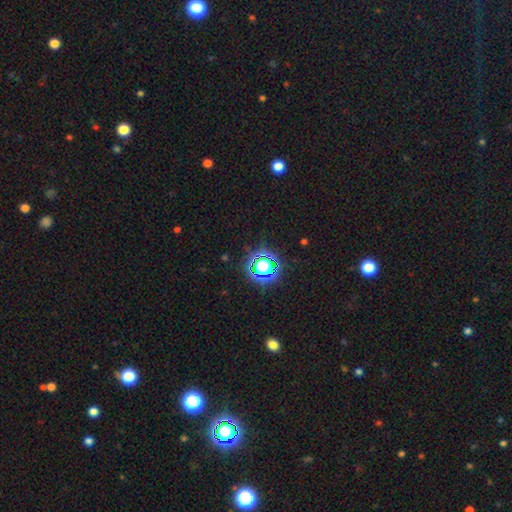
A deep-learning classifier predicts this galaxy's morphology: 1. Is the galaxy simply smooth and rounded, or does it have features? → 81% star or artifact, 12% smooth, 7% featured or disk.